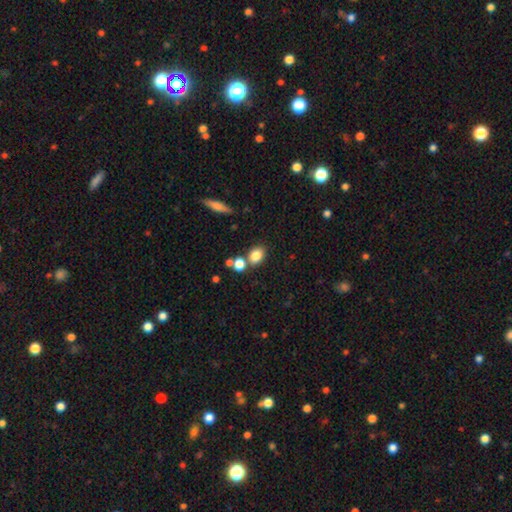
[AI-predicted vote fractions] A smooth galaxy with no disk features (82%) that is in between round and cigar-shaped (64%).

Vote fractions:
- Smooth or featured? smooth: 82% / star or artifact: 11% / featured or disk: 8%
- How rounded? in between: 64% / round: 34% / cigar-shaped: 2%
- Merging? none: 67% / merger: 19% / minor disturbance: 11% / major disturbance: 4%